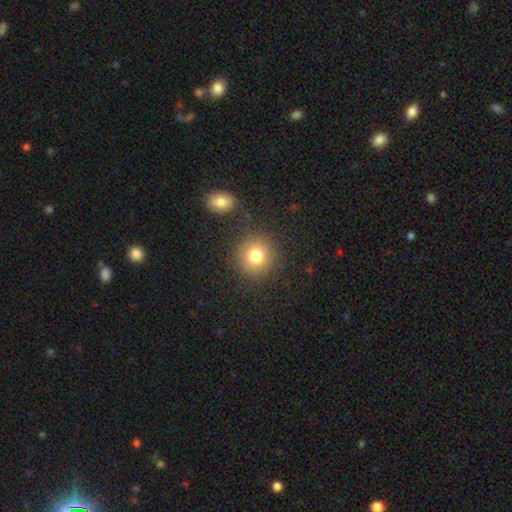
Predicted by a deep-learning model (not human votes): A smooth galaxy with no disk features (79%) that is round (90%). Merging: none (84%).